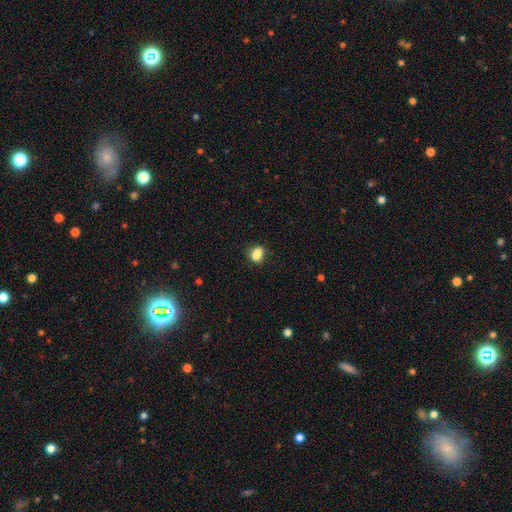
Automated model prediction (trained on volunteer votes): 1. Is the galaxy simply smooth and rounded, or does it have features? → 82% smooth, 11% star or artifact, 7% featured or disk.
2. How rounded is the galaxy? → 66% in between, 31% round, 3% cigar-shaped.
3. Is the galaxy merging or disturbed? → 61% none, 20% minor disturbance, 13% merger, 6% major disturbance.